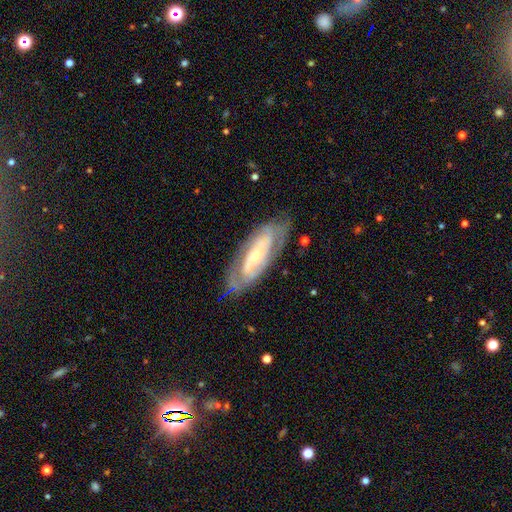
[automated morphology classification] Q: Smooth or featured?
A: featured or disk (77%); runner-up: smooth (18%)
Q: Edge-on disk?
A: no (87%); runner-up: yes (13%)
Q: Bar?
A: no (56%); runner-up: weak (29%)
Q: Spiral arms?
A: yes (81%); runner-up: no (19%)
Q: Spiral winding?
A: tight (55%); runner-up: medium (33%)
Q: Spiral arm count?
A: 2 (50%); runner-up: can't tell (37%)
Q: Bulge size?
A: small (65%); runner-up: moderate (30%)
Q: Merging?
A: none (73%); runner-up: minor disturbance (18%)